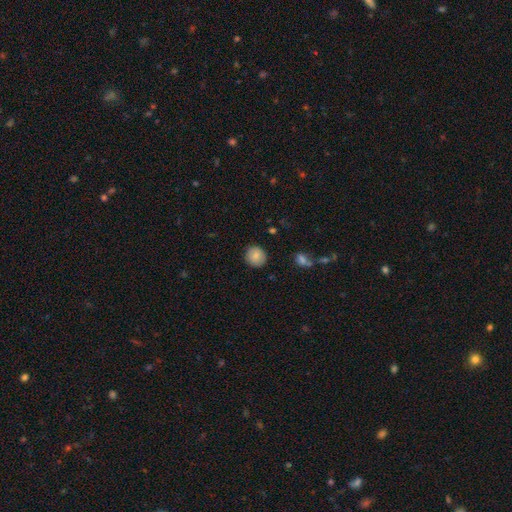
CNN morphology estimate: This appears to be a smooth galaxy with no disk features (83%) that is round (92%). Merging: none (89%).